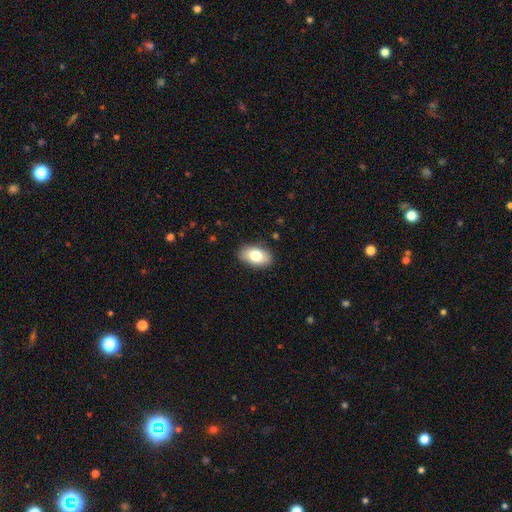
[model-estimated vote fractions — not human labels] smooth_or_featured: smooth (p=0.80) [alt: featured or disk p=0.13]
how_rounded: in between (p=0.92) [alt: round p=0.07]
merging: none (p=0.87) [alt: minor disturbance p=0.10]